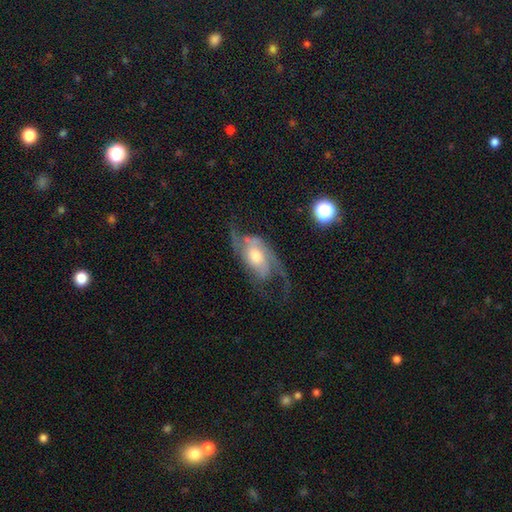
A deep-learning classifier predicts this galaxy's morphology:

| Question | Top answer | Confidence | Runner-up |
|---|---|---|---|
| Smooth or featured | featured or disk | 83% | smooth (11%) |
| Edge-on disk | no | 95% | yes (5%) |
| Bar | no | 61% | weak (31%) |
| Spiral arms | yes | 94% | no (6%) |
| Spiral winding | loose | 44% | medium (42%) |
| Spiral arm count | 2 | 77% | can't tell (7%) |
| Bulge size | moderate | 61% | small (20%) |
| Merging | none | 53% | major disturbance (25%) |